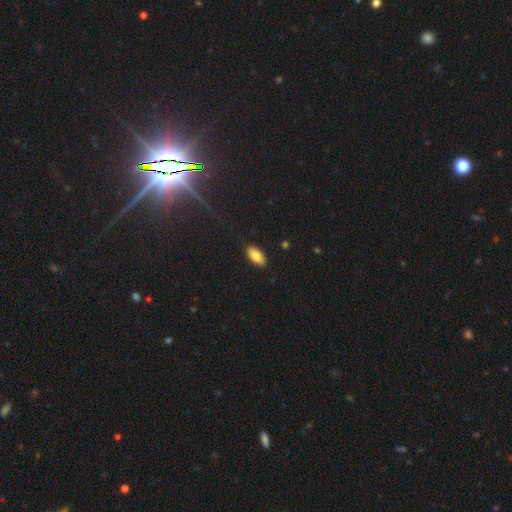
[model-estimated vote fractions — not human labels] A smooth galaxy with no disk features (84%) that is in between round and cigar-shaped (90%).

Vote fractions:
- Smooth or featured? smooth: 84% / featured or disk: 9% / star or artifact: 7%
- How rounded? in between: 90% / cigar-shaped: 7% / round: 2%
- Merging? none: 87% / minor disturbance: 10% / major disturbance: 2% / merger: 1%